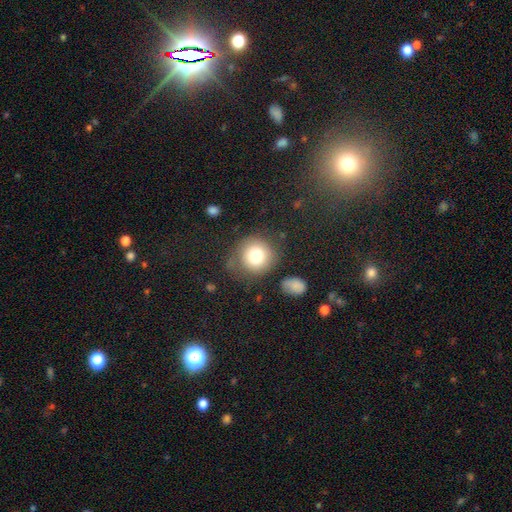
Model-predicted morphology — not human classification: Overall: smooth (79%). How rounded: round (90%). Merging: none (71%).